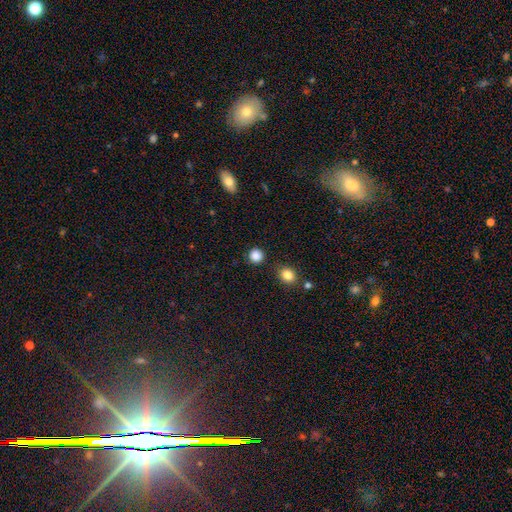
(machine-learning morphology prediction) This appears to be a smooth galaxy with no disk features (86%) that is round (92%). Merging: none (89%).